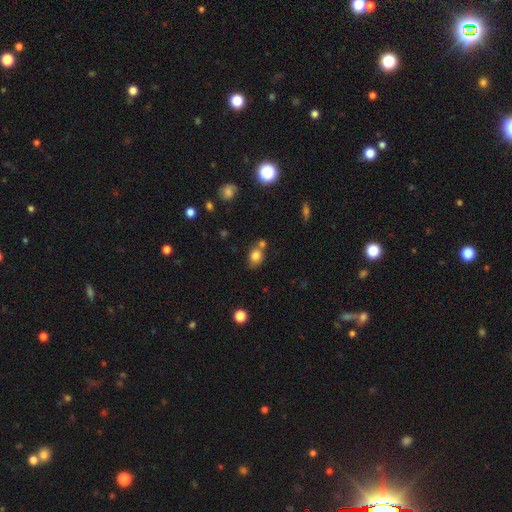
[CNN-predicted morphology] Smooth or featured? Predicted: smooth (p=0.80). How rounded? Predicted: round (p=0.50). Merging? Predicted: none (p=0.59).